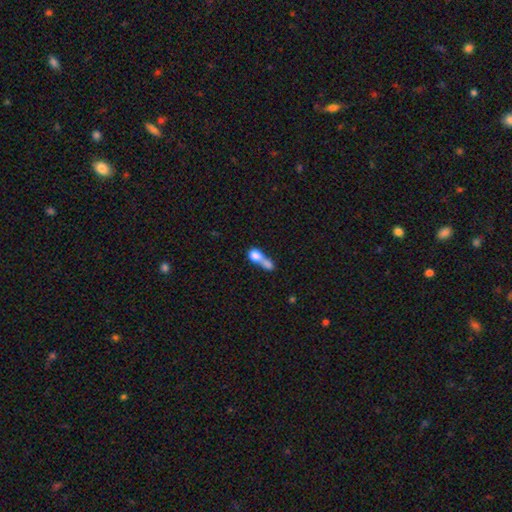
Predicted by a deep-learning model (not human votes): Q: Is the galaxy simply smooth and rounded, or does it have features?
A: smooth — 72%.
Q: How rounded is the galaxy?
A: in between — 45%.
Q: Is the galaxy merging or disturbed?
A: merger — 72%.